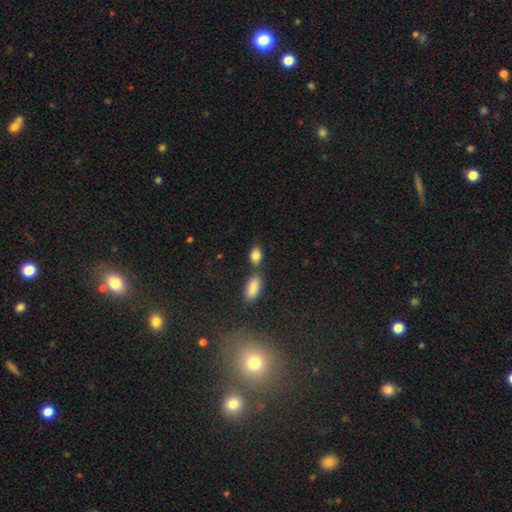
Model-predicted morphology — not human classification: Smooth or featured? Predicted: smooth (p=0.85). How rounded? Predicted: in between (p=0.85). Merging? Predicted: none (p=0.60).